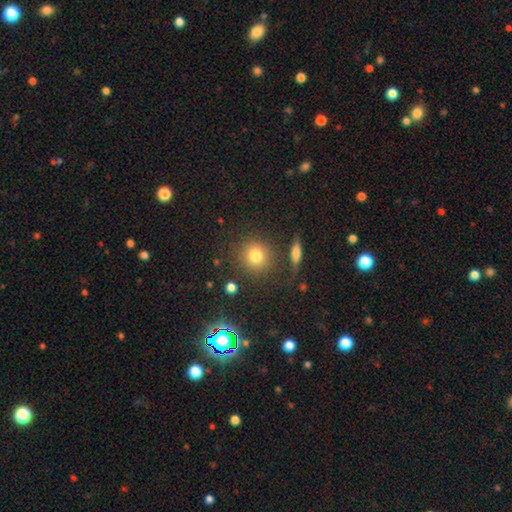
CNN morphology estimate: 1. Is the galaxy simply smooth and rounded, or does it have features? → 77% smooth, 14% star or artifact, 10% featured or disk.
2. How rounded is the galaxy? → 89% round, 10% in between, 1% cigar-shaped.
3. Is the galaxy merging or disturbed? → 81% none, 10% minor disturbance, 5% merger, 4% major disturbance.